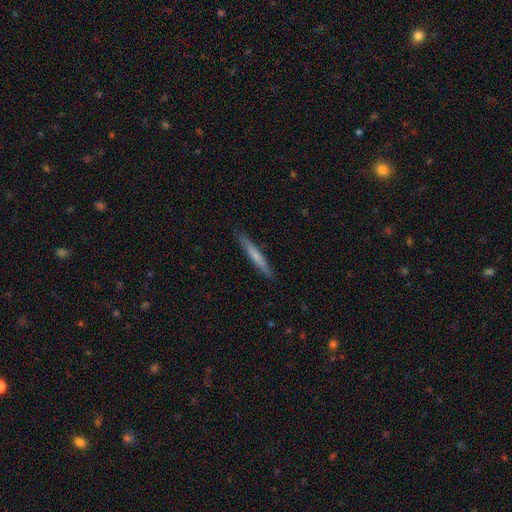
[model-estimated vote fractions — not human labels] smooth_or_featured: smooth (p=0.58) [alt: featured or disk p=0.37]
how_rounded: cigar-shaped (p=0.96) [alt: in between p=0.03]
merging: none (p=0.90) [alt: minor disturbance p=0.08]